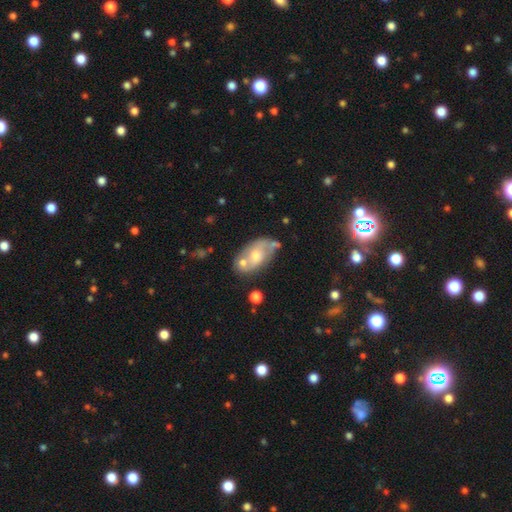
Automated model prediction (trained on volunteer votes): Overall: featured or disk (53%; smooth 40%). Edge-on disk: no (94%). Merging: none (45%; merger 24%).